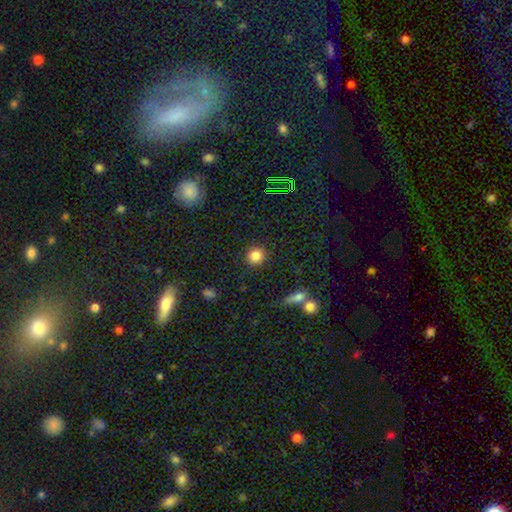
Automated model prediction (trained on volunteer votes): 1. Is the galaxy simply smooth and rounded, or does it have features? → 83% smooth, 11% star or artifact, 5% featured or disk.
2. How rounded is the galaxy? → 89% round, 10% in between, 1% cigar-shaped.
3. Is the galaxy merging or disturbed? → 89% none, 7% minor disturbance, 2% major disturbance, 2% merger.